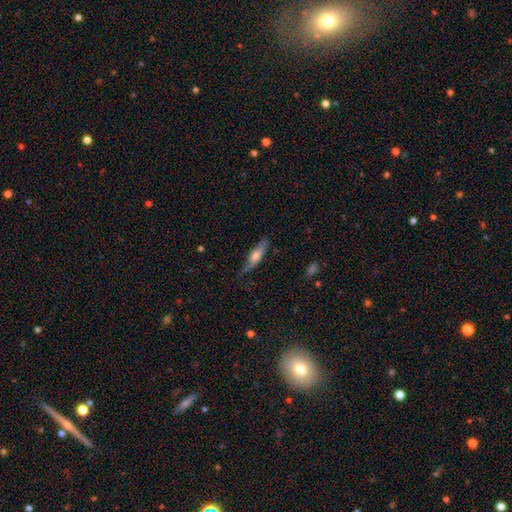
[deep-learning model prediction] Smooth or featured: smooth — 55% (featured or disk — 39%)
How rounded: cigar-shaped — 67% (in between — 31%)
Merging: none — 66% (minor disturbance — 27%)